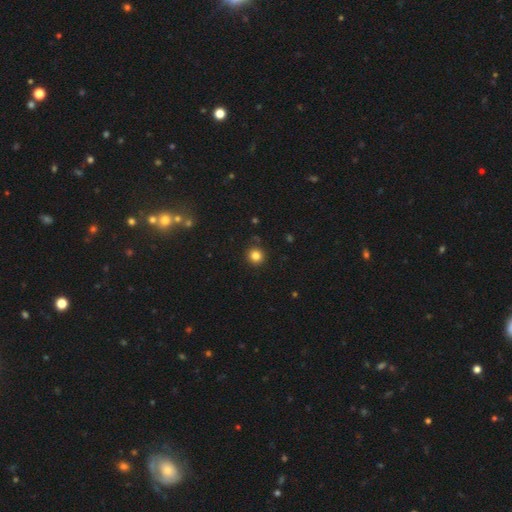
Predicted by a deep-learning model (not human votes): smooth_or_featured: smooth (p=0.83) [alt: star or artifact p=0.12]
how_rounded: round (p=0.93) [alt: in between p=0.06]
merging: none (p=0.90) [alt: minor disturbance p=0.06]